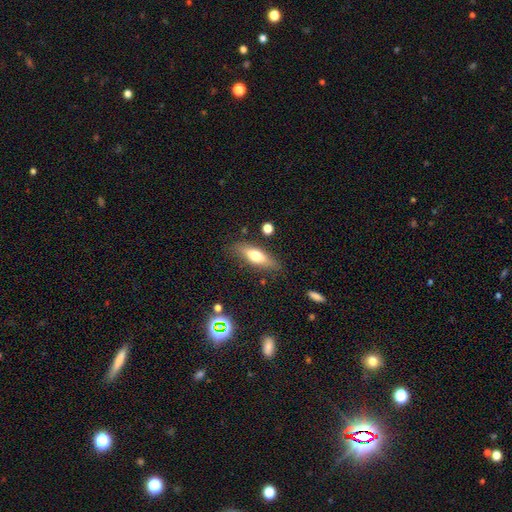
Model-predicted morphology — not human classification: This is likely a smooth galaxy (61%). How rounded: possibly in between (52%). Merging: clearly none (80%).